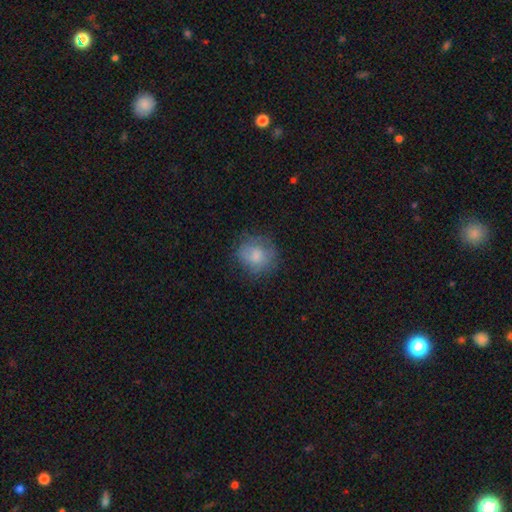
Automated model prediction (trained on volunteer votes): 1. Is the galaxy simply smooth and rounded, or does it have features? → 72% smooth, 19% featured or disk, 9% star or artifact.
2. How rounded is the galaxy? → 81% round, 18% in between, 1% cigar-shaped.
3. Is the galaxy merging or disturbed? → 66% none, 22% minor disturbance, 11% major disturbance, 1% merger.